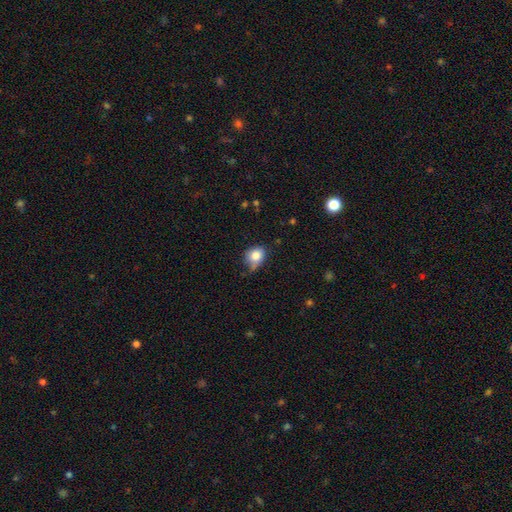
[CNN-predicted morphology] This appears to be a smooth galaxy with no disk features (82%) that is round (57%). Merging: none (50%).